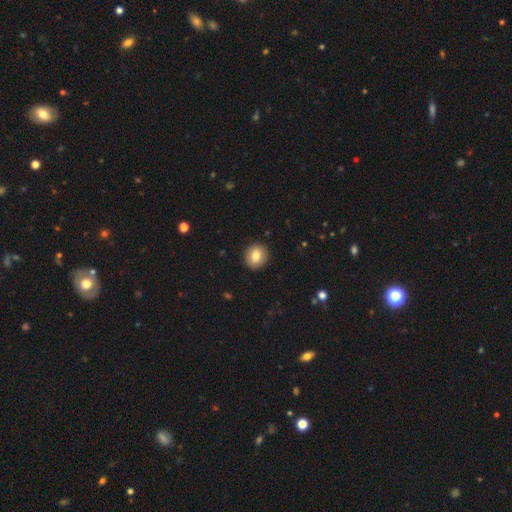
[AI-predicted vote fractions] Smooth or featured? Predicted: smooth (p=0.83). How rounded? Predicted: round (p=0.84). Merging? Predicted: none (p=0.91).